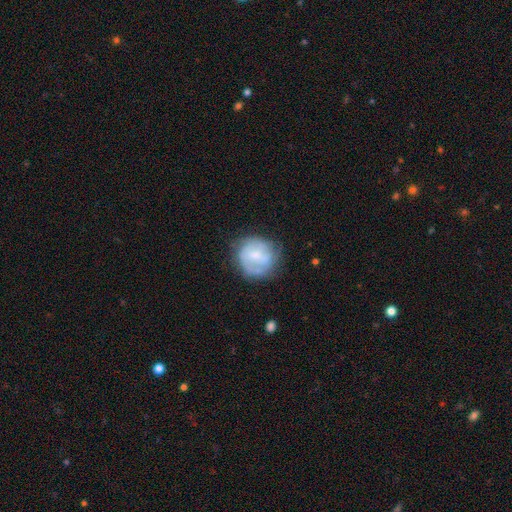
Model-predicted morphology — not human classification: smooth_or_featured: featured or disk (p=0.50) [alt: smooth p=0.43]
merging: none (p=0.61) [alt: minor disturbance p=0.24]